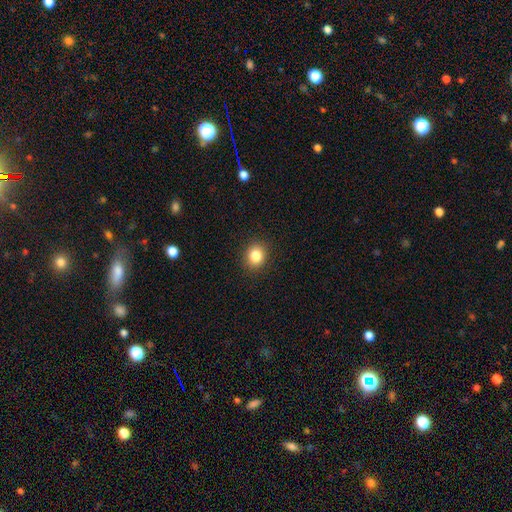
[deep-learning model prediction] Morphology: type=smooth (84%); roundness=round (77%); merging=none (90%).